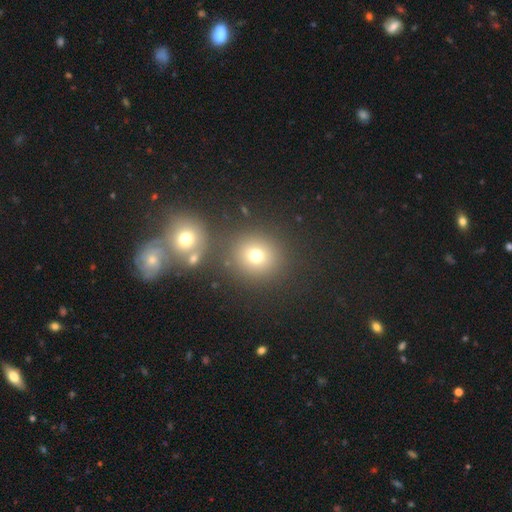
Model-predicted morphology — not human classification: Overall: smooth (72%). How rounded: round (86%). Merging: none (74%).